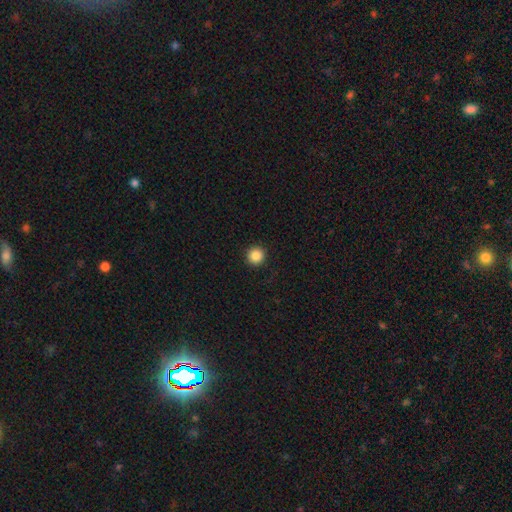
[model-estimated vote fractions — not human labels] Smooth or featured: smooth — 87% (star or artifact — 10%)
How rounded: round — 95% (in between — 4%)
Merging: none — 93% (minor disturbance — 5%)